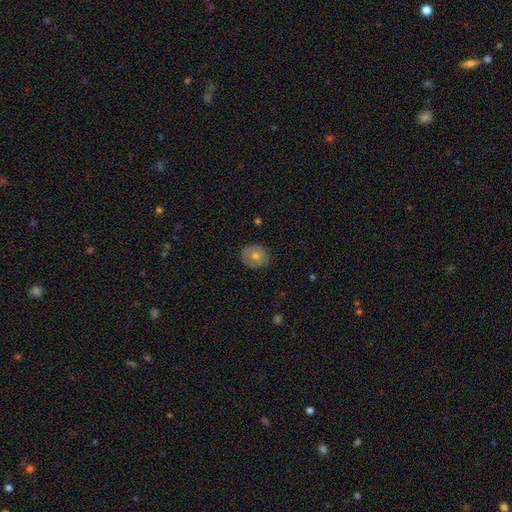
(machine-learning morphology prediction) A smooth galaxy with no disk features (63%) that is round (75%).

Vote fractions:
- Smooth or featured? smooth: 63% / featured or disk: 27% / star or artifact: 10%
- How rounded? round: 75% / in between: 24% / cigar-shaped: 1%
- Merging? none: 84% / minor disturbance: 12% / major disturbance: 3% / merger: 1%